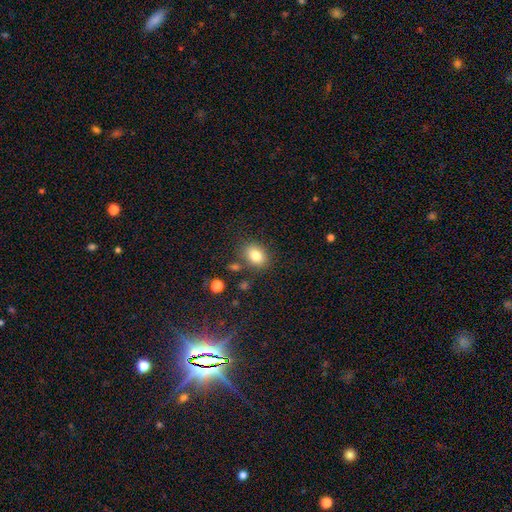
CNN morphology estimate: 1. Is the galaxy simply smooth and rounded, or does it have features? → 82% smooth, 10% star or artifact, 9% featured or disk.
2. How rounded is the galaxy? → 64% in between, 35% round, 1% cigar-shaped.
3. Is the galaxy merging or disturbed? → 78% none, 12% minor disturbance, 6% merger, 4% major disturbance.